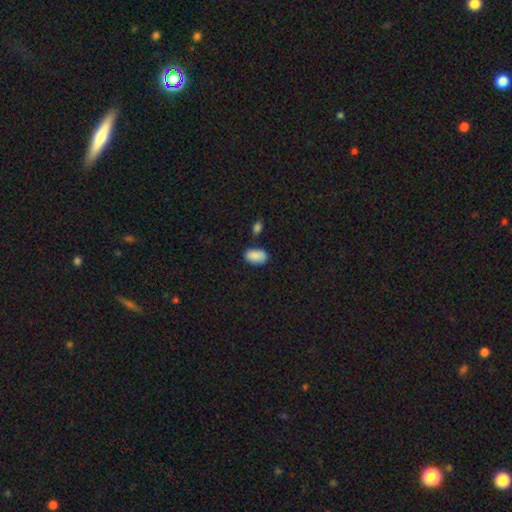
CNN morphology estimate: smooth 89%, star or artifact 7%, featured or disk 4%. Down the decision tree: how rounded — in between (93%); merging — none (75%).